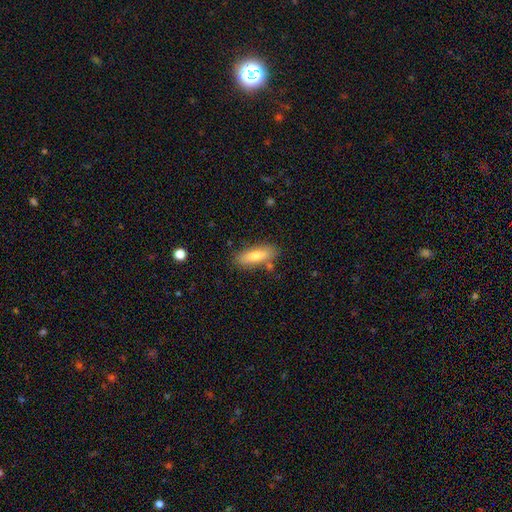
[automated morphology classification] Smooth or featured?
  - smooth: 69% *
  - featured or disk: 23%
  - star or artifact: 7%
How rounded?
  - in between: 50% *
  - cigar-shaped: 48%
  - round: 2%
Merging?
  - none: 83% *
  - minor disturbance: 11%
  - merger: 4%
  - major disturbance: 2%